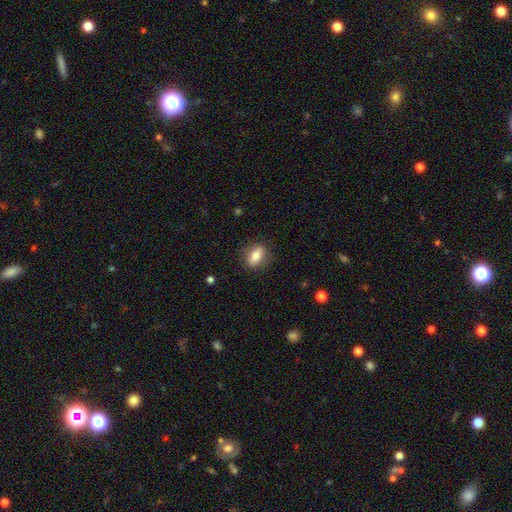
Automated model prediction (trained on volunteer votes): Smooth or featured? Predicted: smooth (p=0.73). How rounded? Predicted: in between (p=0.72). Merging? Predicted: none (p=0.84).